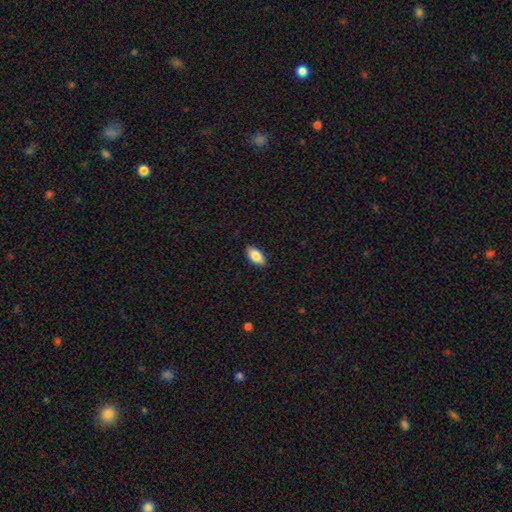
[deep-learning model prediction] A smooth galaxy with no disk features (85%) that is in between round and cigar-shaped (92%). Merging: none (89%).